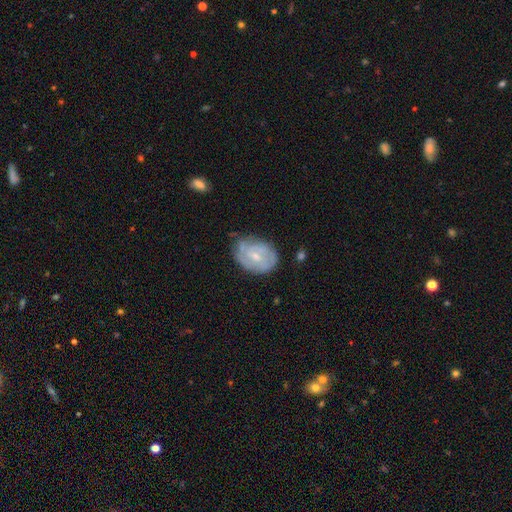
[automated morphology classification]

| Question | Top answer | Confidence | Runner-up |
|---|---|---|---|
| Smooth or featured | featured or disk | 66% | smooth (28%) |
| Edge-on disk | no | 97% | yes (3%) |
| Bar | no | 52% | weak (42%) |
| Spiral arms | yes | 75% | no (25%) |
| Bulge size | small | 59% | moderate (35%) |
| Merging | none | 57% | minor disturbance (30%) |